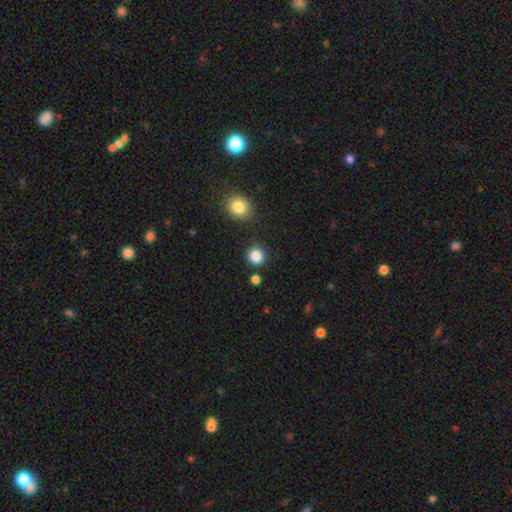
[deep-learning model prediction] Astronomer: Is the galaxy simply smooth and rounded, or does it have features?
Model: smooth — 86%.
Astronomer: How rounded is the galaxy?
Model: round — 92%.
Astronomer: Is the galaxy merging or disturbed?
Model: none — 88%.